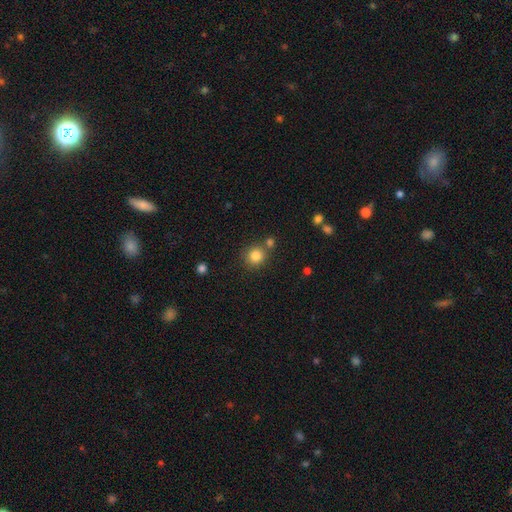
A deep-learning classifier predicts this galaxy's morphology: A smooth galaxy with no disk features (83%) that is round (89%).

Vote fractions:
- Smooth or featured? smooth: 83% / star or artifact: 11% / featured or disk: 6%
- How rounded? round: 89% / in between: 10% / cigar-shaped: 1%
- Merging? none: 73% / merger: 15% / minor disturbance: 9% / major disturbance: 3%